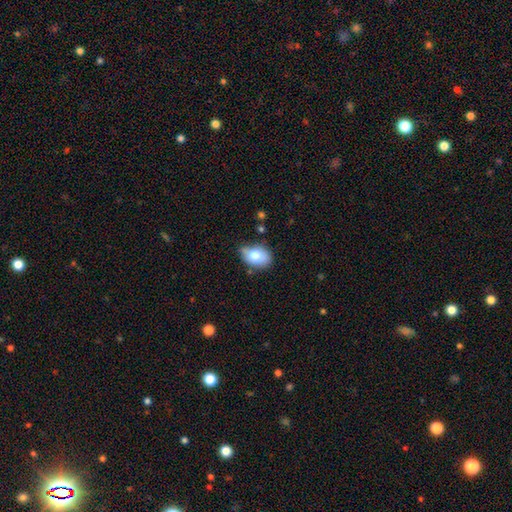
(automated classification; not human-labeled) Smooth or featured?
  - smooth: 78% *
  - featured or disk: 14%
  - star or artifact: 8%
How rounded?
  - in between: 84% *
  - round: 14%
  - cigar-shaped: 1%
Merging?
  - none: 57% *
  - minor disturbance: 31%
  - major disturbance: 6%
  - merger: 5%